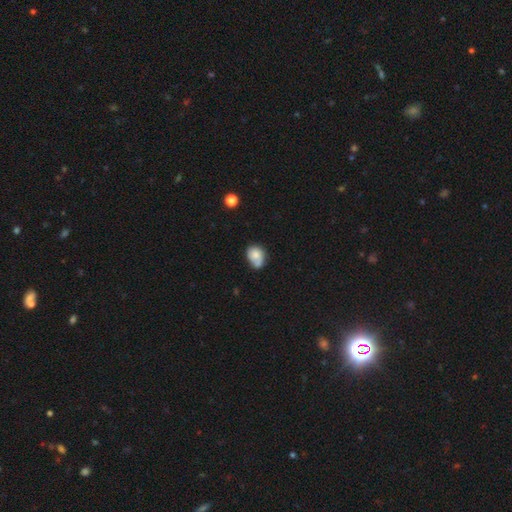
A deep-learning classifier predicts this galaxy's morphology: type=smooth (70%); roundness=in between (56%); merging=none (37%).